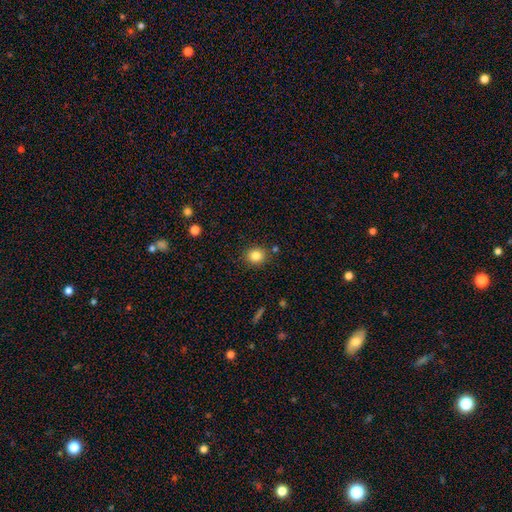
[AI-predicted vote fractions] Morphology: type=smooth (84%); roundness=round (70%); merging=none (85%).